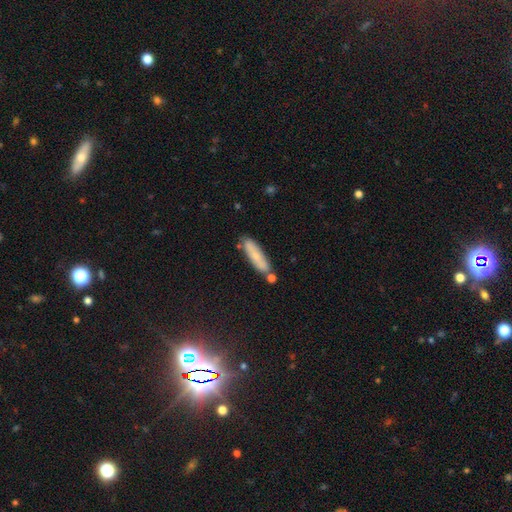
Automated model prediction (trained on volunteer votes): This is likely a smooth galaxy (66%). How rounded: likely cigar-shaped (70%). Merging: likely none (73%).